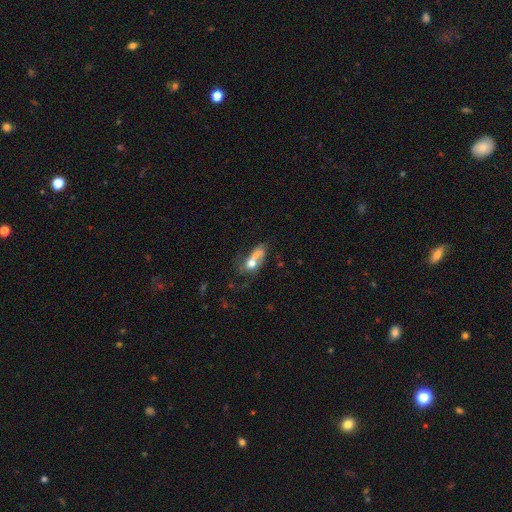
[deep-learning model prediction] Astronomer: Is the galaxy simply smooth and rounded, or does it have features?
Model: smooth — 46% (runner-up: featured or disk, 42%).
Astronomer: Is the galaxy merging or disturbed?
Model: merger — 54%.